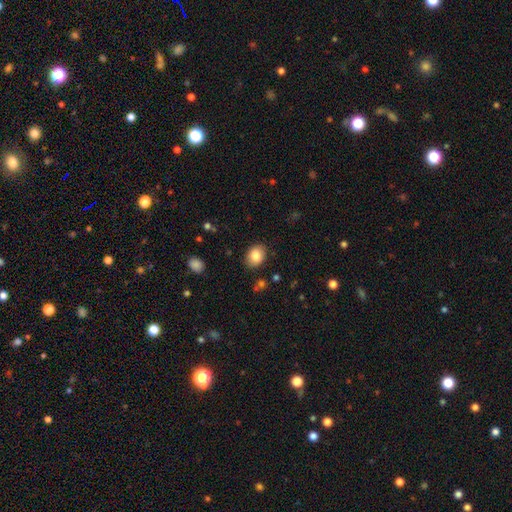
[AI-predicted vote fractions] This is clearly a smooth galaxy (84%). How rounded: likely in between (66%). Merging: clearly none (86%).